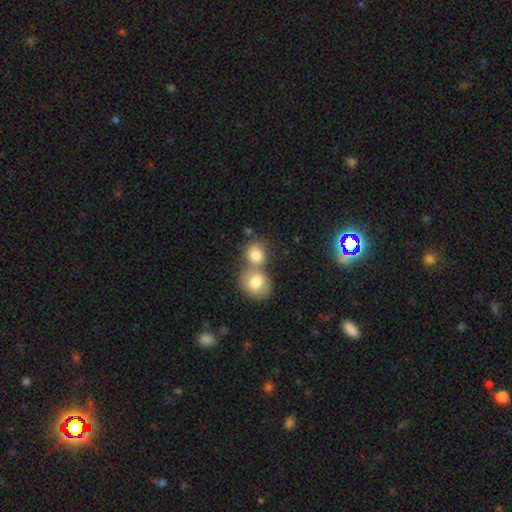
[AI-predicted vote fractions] Smooth or featured: smooth — 80% (featured or disk — 12%)
How rounded: round — 65% (in between — 34%)
Merging: merger — 58% (none — 31%)